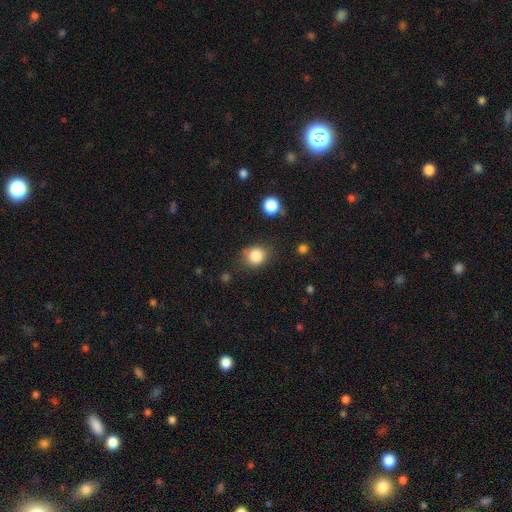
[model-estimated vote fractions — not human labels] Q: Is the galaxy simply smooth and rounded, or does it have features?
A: smooth — 85%.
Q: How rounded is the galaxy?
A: round — 78%.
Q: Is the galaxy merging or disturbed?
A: none — 72%.